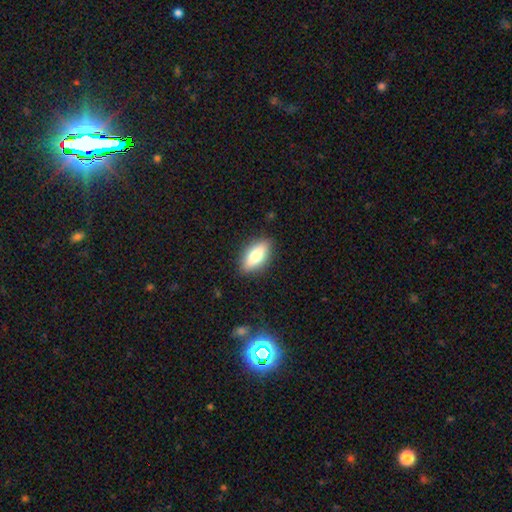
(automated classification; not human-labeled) Overall: smooth (72%). How rounded: in between (83%). Merging: none (87%).